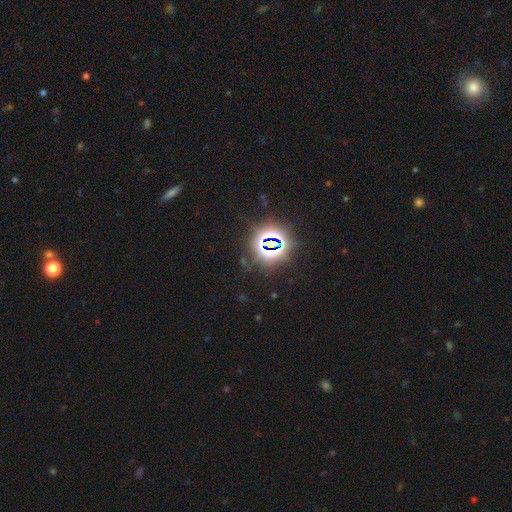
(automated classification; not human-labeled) Q: Smooth or featured?
A: star or artifact (82%); runner-up: smooth (11%)